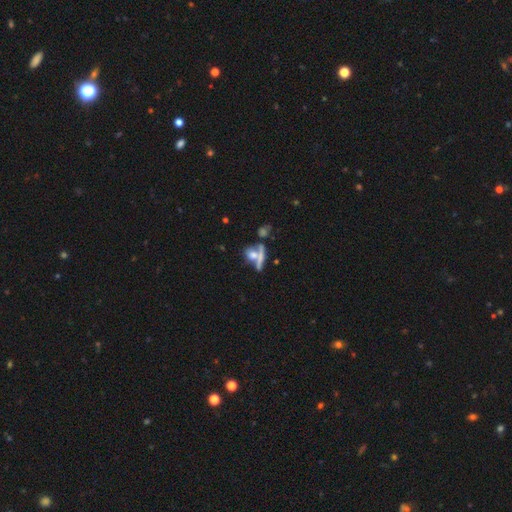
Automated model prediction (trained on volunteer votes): smooth 55%, featured or disk 31%, star or artifact 14%. Down the decision tree: how rounded — round (37%, tied with in between); merging — merger (42%).